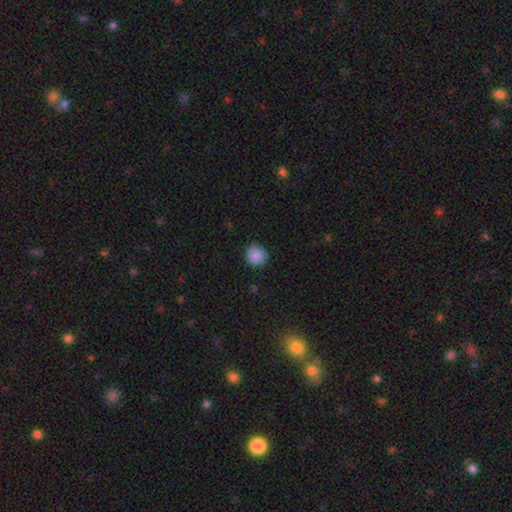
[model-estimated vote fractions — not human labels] This is clearly a smooth galaxy (88%). How rounded: clearly round (91%). Merging: clearly none (87%).